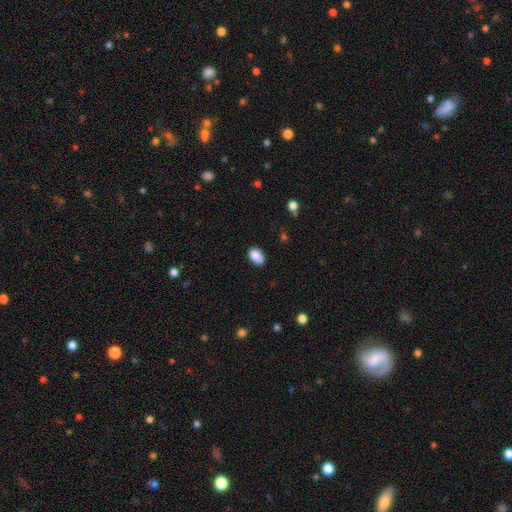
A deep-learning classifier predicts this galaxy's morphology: This is clearly a smooth galaxy (88%). How rounded: clearly in between (88%). Merging: likely none (80%).